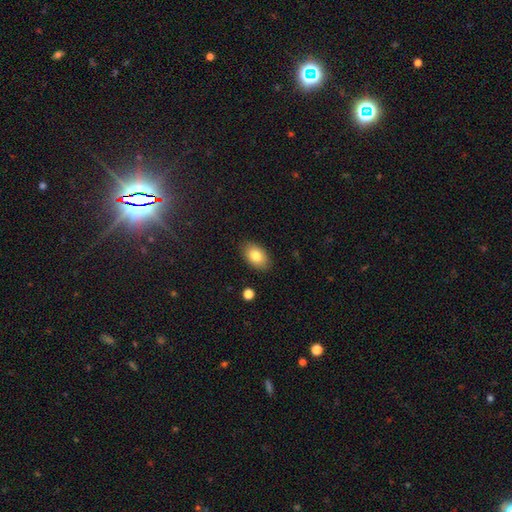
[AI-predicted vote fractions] Smooth or featured? Predicted: smooth (p=0.82). How rounded? Predicted: in between (p=0.90). Merging? Predicted: none (p=0.87).